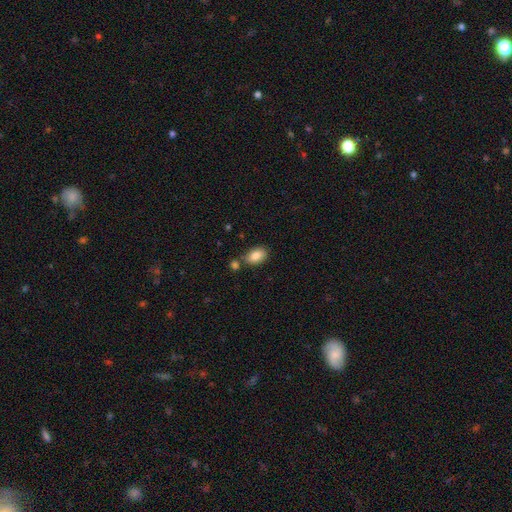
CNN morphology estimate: Q: Smooth or featured?
A: smooth (85%); runner-up: featured or disk (8%)
Q: How rounded?
A: in between (88%); runner-up: round (11%)
Q: Merging?
A: none (70%); runner-up: merger (14%)